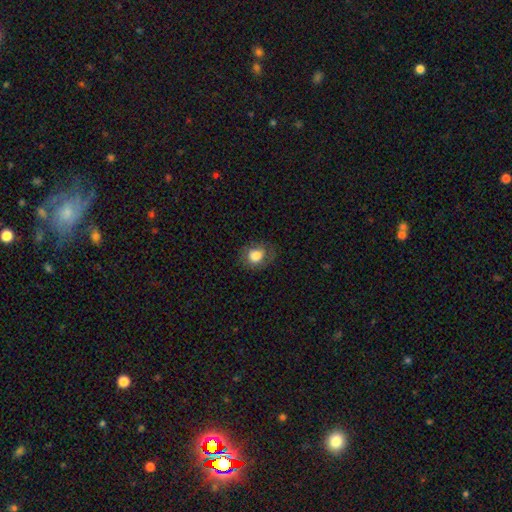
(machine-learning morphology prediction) Smooth or featured: smooth — 77% (featured or disk — 14%)
How rounded: round — 56% (in between — 43%)
Merging: none — 70% (minor disturbance — 20%)